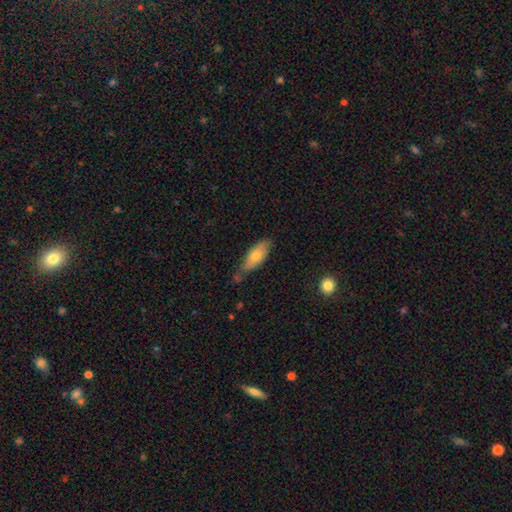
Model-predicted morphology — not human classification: Smooth or featured?
  - smooth: 69% *
  - featured or disk: 25%
  - star or artifact: 6%
How rounded?
  - in between: 64% *
  - cigar-shaped: 33%
  - round: 2%
Merging?
  - none: 62% *
  - minor disturbance: 26%
  - merger: 7%
  - major disturbance: 5%